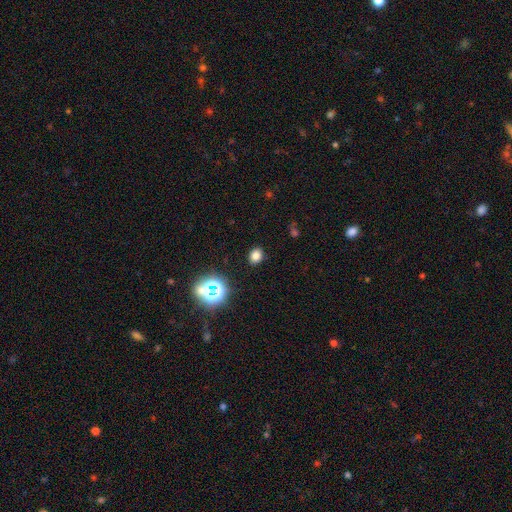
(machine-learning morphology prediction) A smooth galaxy with no disk features (76%) that is in between round and cigar-shaped (55%). Merging: none (89%).